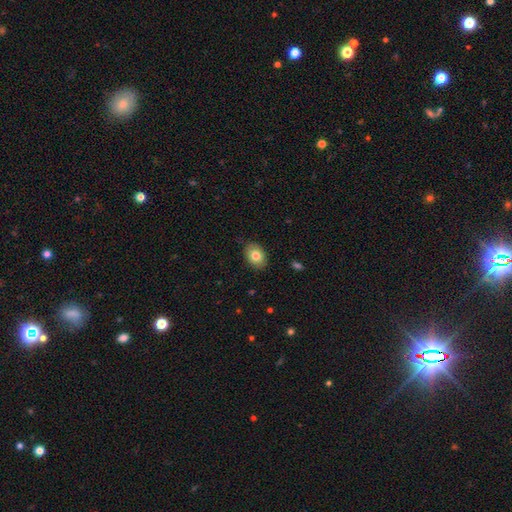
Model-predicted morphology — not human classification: The model was most divided on "how rounded": in between: 73%, round: 26%, cigar-shaped: 1%. More confident: merging — none (85%); smooth or featured — smooth (81%).